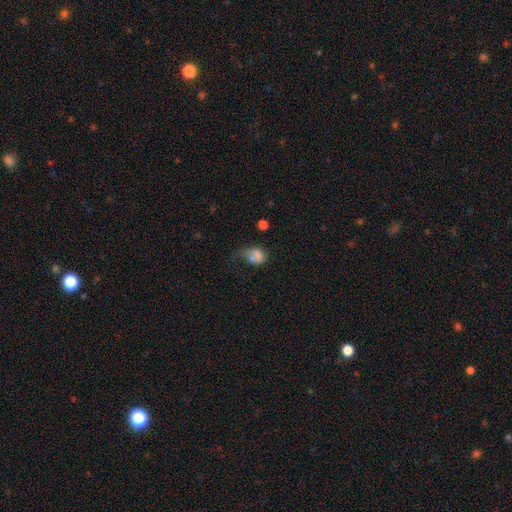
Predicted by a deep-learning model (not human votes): This appears to be a smooth galaxy with no disk features (66%) that is in between round and cigar-shaped (67%). Merging: major disturbance (38%).